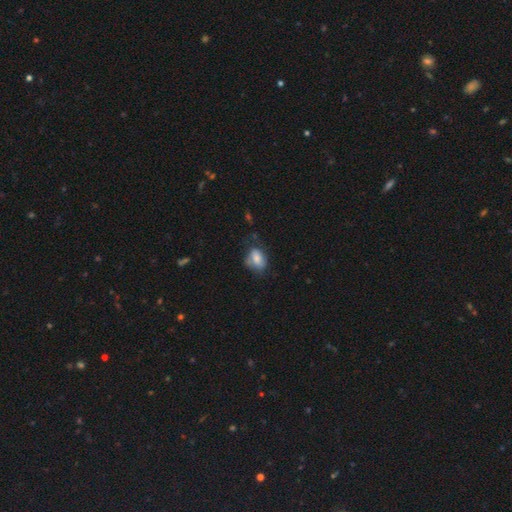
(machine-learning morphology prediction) A smooth galaxy with no disk features (68%) that is in between round and cigar-shaped (69%). Merging: none (54%).